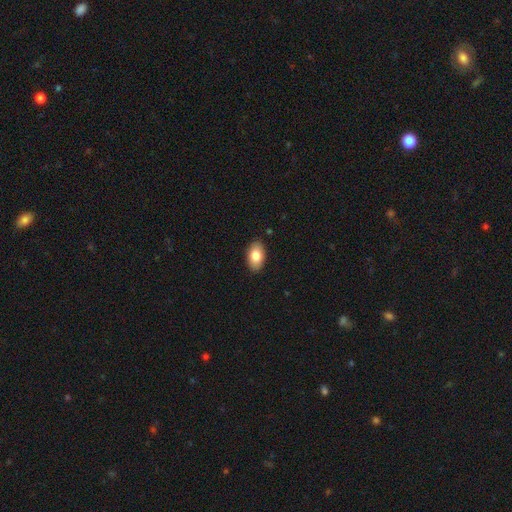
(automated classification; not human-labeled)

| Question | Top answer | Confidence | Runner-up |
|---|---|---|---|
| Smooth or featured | smooth | 82% | featured or disk (11%) |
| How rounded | in between | 93% | round (6%) |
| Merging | none | 89% | minor disturbance (9%) |